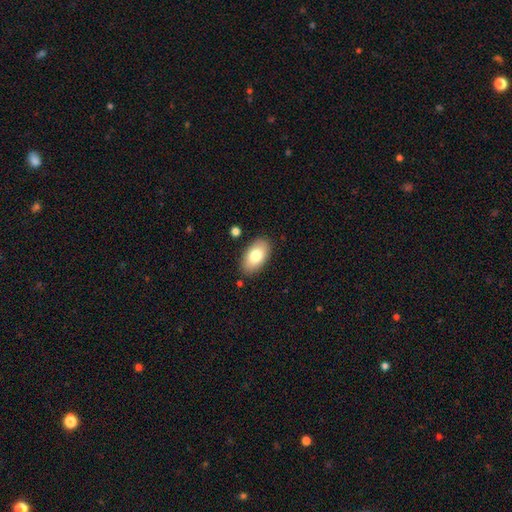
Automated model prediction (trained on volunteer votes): smooth-or-featured: smooth: 78% | featured or disk: 15% | star or artifact: 7%
  how-rounded: in between: 94% | round: 4% | cigar-shaped: 2%
  merging: none: 85% | minor disturbance: 10% | major disturbance: 2% | merger: 2%